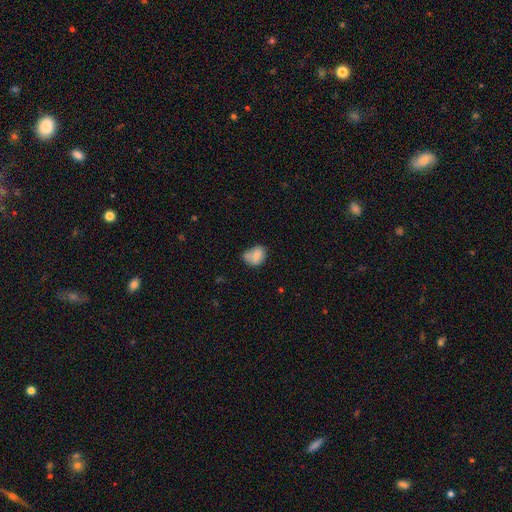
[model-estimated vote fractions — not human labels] Overall: smooth (76%). How rounded: in between (63%; round 36%). Merging: none (38%; minor disturbance 29%).